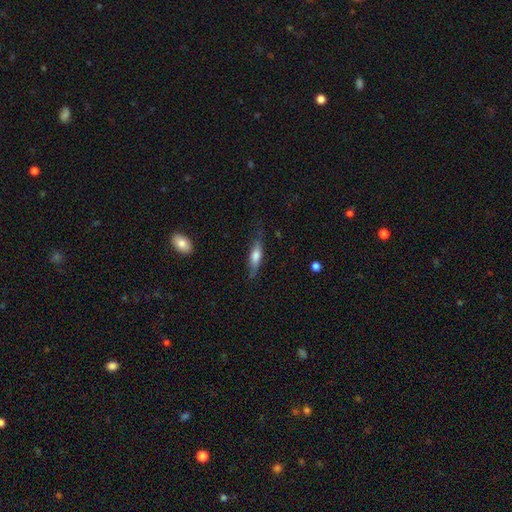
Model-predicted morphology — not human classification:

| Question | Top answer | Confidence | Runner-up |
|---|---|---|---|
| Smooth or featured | smooth | 60% | featured or disk (33%) |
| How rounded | cigar-shaped | 59% | in between (38%) |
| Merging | none | 71% | minor disturbance (21%) |